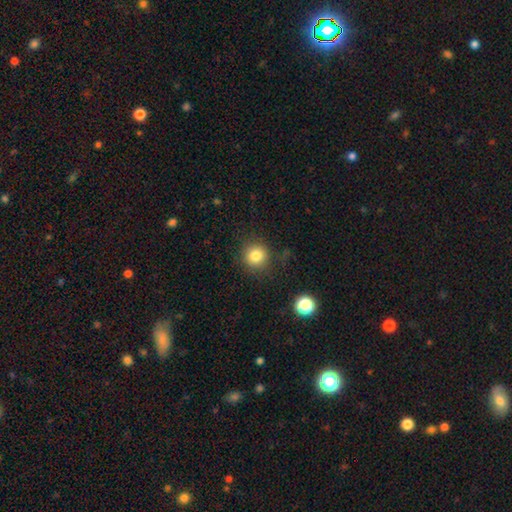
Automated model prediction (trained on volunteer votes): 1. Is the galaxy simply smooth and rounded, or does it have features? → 82% smooth, 12% star or artifact, 6% featured or disk.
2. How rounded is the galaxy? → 93% round, 6% in between, 1% cigar-shaped.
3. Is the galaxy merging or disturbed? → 86% none, 9% minor disturbance, 3% major disturbance, 2% merger.